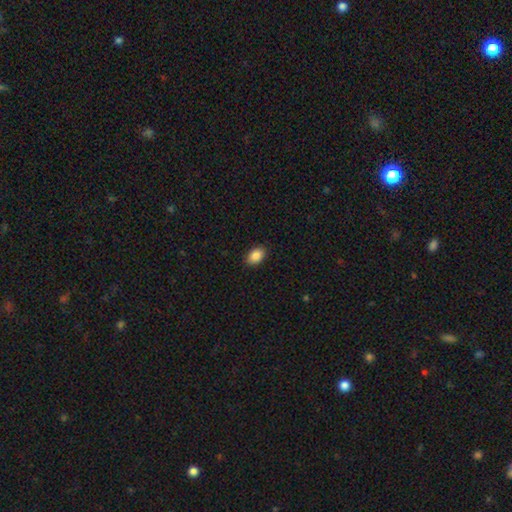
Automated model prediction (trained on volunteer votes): Morphology: type=smooth (88%); roundness=in between (86%); merging=none (88%).